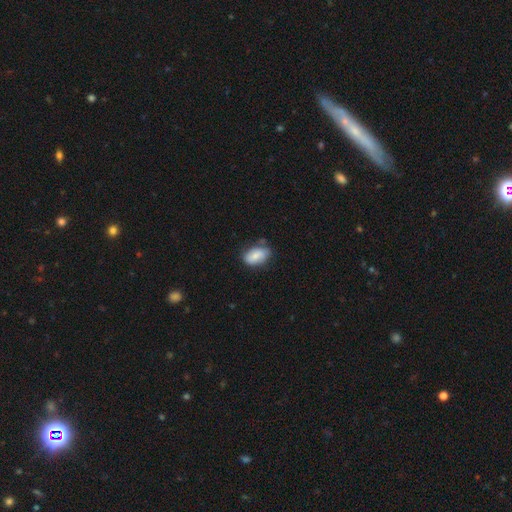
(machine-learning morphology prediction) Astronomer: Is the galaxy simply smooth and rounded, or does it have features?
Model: smooth — 75%.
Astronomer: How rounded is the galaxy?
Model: in between — 90%.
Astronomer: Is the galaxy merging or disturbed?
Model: none — 61%.